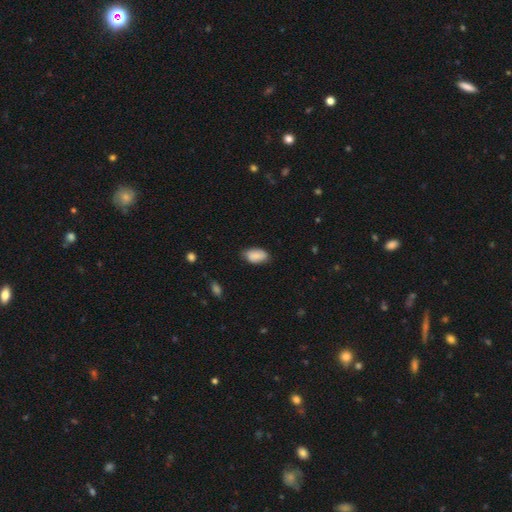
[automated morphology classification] smooth_or_featured: smooth (p=0.83) [alt: featured or disk p=0.10]
how_rounded: in between (p=0.93) [alt: round p=0.05]
merging: none (p=0.70) [alt: minor disturbance p=0.24]